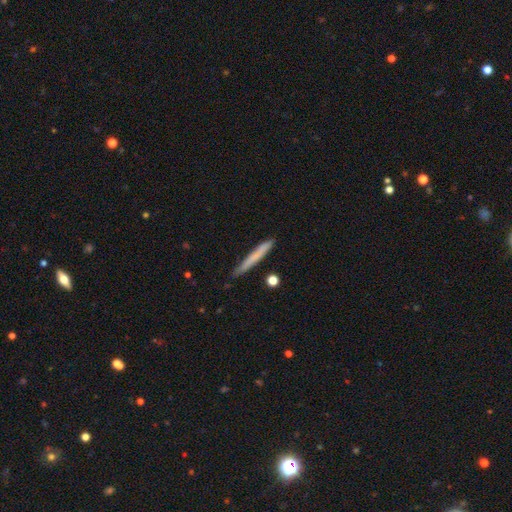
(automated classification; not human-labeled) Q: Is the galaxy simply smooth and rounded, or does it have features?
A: smooth — 67%.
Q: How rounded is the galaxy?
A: cigar-shaped — 96%.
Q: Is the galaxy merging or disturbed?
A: none — 85%.